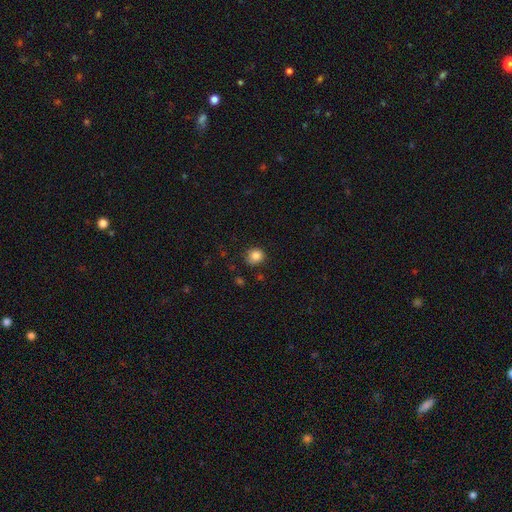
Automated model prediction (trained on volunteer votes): Smooth or featured? smooth (84%)
How rounded? round (84%)
Merging? none (81%)